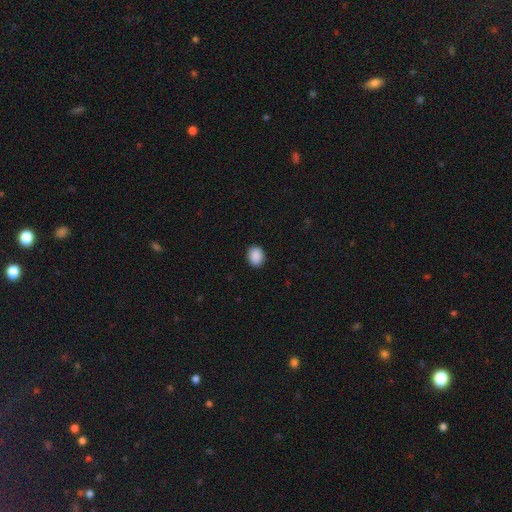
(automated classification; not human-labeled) Smooth or featured? smooth (90%)
How rounded? in between (54%)
Merging? none (91%)